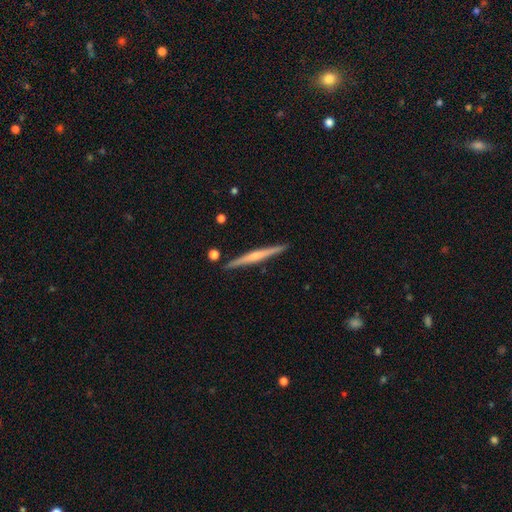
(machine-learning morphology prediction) Smooth or featured?
  - featured or disk: 69% *
  - smooth: 26%
  - star or artifact: 5%
Edge-on disk?
  - yes: 98% *
  - no: 2%
Edge-on bulge?
  - rounded: 61% *
  - none: 28%
  - boxy: 11%
Merging?
  - none: 91% *
  - minor disturbance: 6%
  - merger: 2%
  - major disturbance: 1%